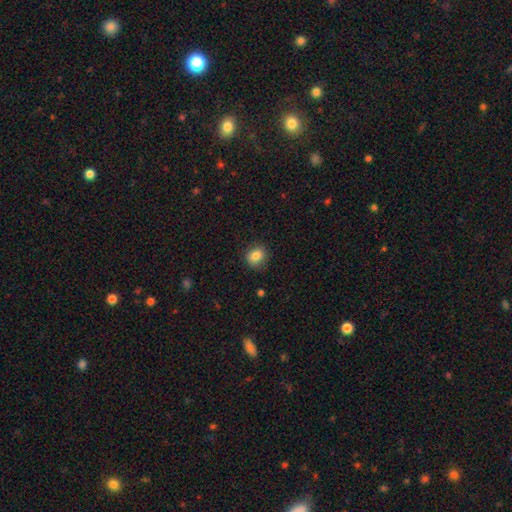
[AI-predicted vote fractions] smooth-or-featured: smooth: 83% | star or artifact: 10% | featured or disk: 7%
  how-rounded: round: 68% | in between: 31% | cigar-shaped: 1%
  merging: none: 83% | minor disturbance: 13% | major disturbance: 3% | merger: 1%